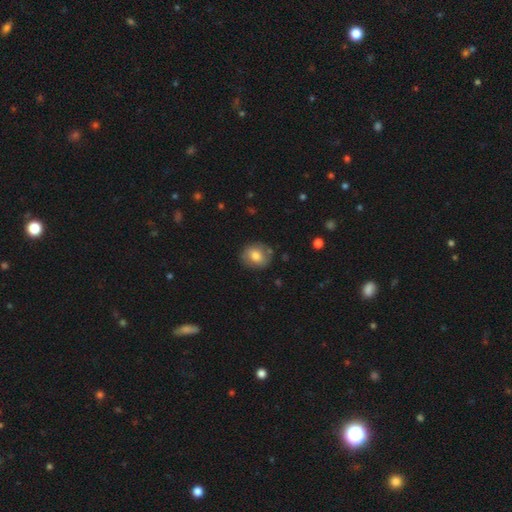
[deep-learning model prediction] A smooth galaxy with no disk features (73%) that is round (73%).

Vote fractions:
- Smooth or featured? smooth: 73% / featured or disk: 19% / star or artifact: 8%
- How rounded? round: 73% / in between: 26% / cigar-shaped: 1%
- Merging? none: 80% / minor disturbance: 14% / major disturbance: 3% / merger: 3%